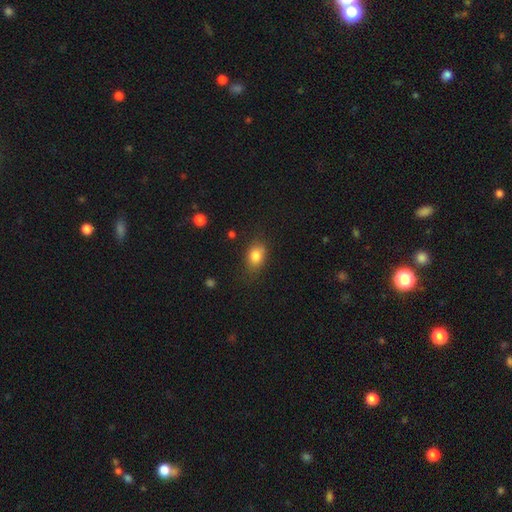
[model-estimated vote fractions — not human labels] Overall: smooth (82%). How rounded: in between (69%; round 30%). Merging: none (73%).